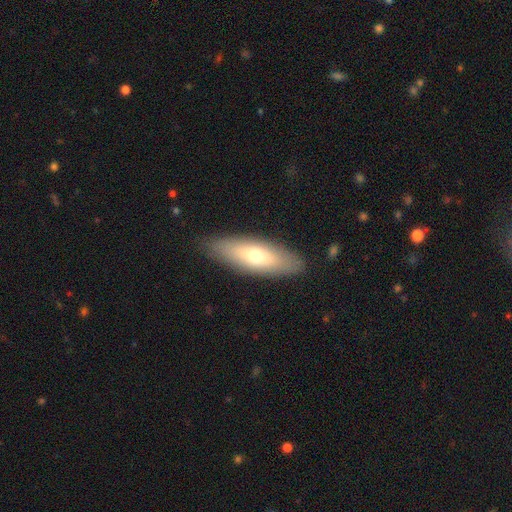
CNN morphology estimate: smooth_or_featured: smooth (p=0.63) [alt: featured or disk p=0.31]
how_rounded: in between (p=0.62) [alt: cigar-shaped p=0.35]
merging: none (p=0.86) [alt: minor disturbance p=0.10]